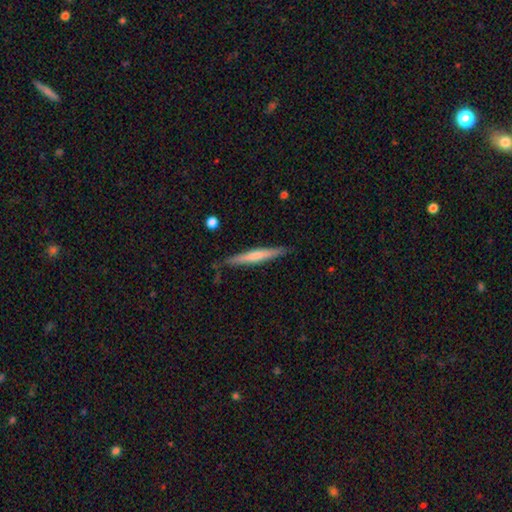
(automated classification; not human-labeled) Smooth or featured? smooth (52%)
How rounded? cigar-shaped (95%)
Merging? none (86%)